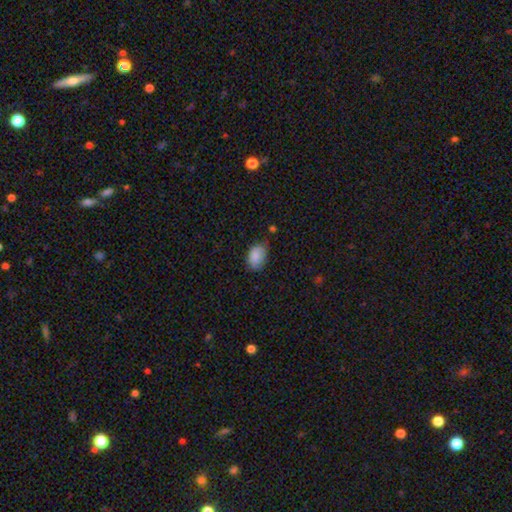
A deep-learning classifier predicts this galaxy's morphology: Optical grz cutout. It shows a smooth galaxy with no disk features (87%) that is in between round and cigar-shaped (83%). Merging: none (63%).